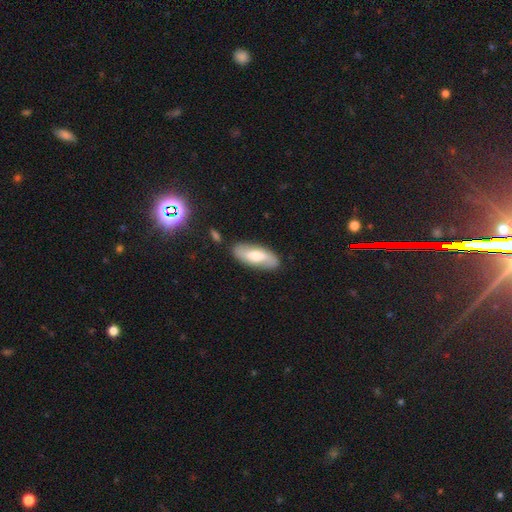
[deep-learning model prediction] Overall: smooth (54%; featured or disk 39%). How rounded: in between (78%). Merging: none (82%).